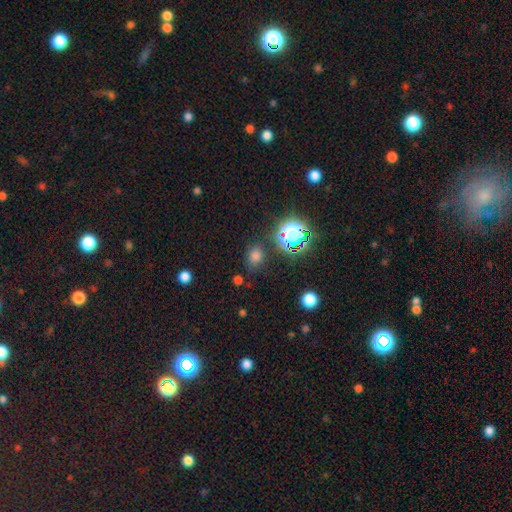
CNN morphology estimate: type=smooth (65%); roundness=round (58%); merging=none (81%).